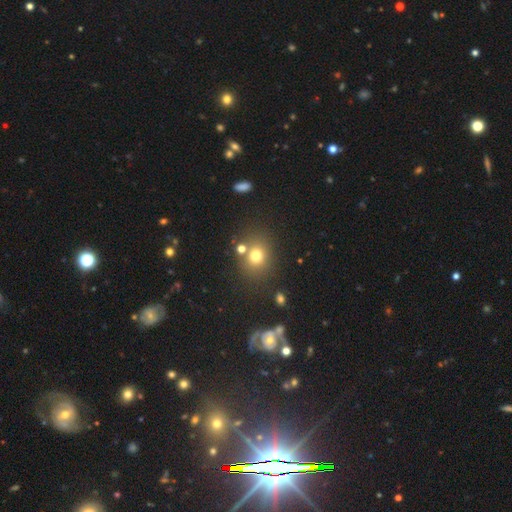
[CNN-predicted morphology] Smooth or featured?
  - smooth: 72% *
  - star or artifact: 17%
  - featured or disk: 10%
How rounded?
  - round: 74% *
  - in between: 25%
  - cigar-shaped: 1%
Merging?
  - none: 73% *
  - merger: 12%
  - minor disturbance: 10%
  - major disturbance: 4%